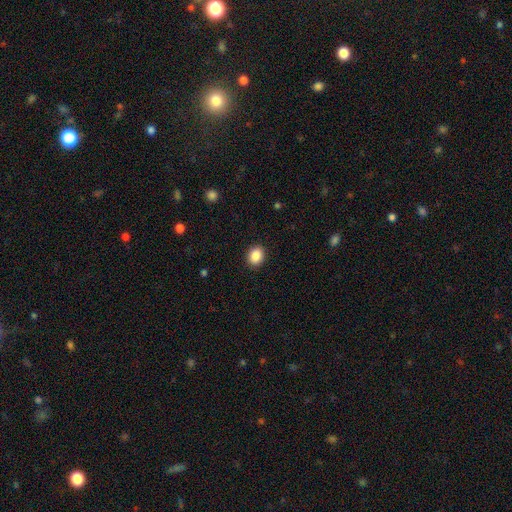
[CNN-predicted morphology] smooth-or-featured: smooth: 88% | star or artifact: 9% | featured or disk: 3%
  how-rounded: round: 50% | in between: 49% | cigar-shaped: 1%
  merging: none: 90% | minor disturbance: 7% | major disturbance: 2% | merger: 1%